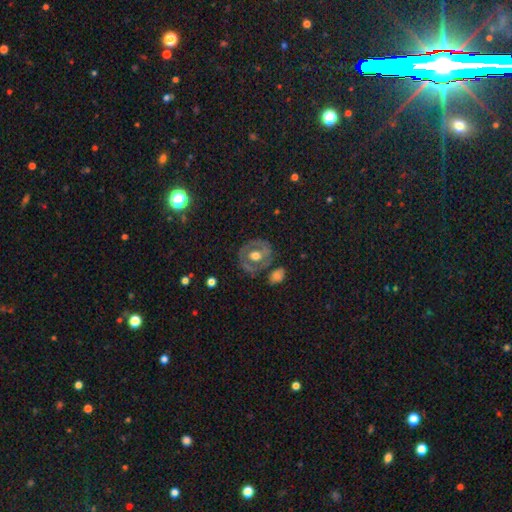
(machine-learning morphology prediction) This is possibly a featured or disk galaxy (57%). It is clearly not viewed edge-on (94%). Bar: likely no (75%). Spiral arm pattern: likely no (76%). Central bulge: likely moderate (66%). Merging: likely none (72%).